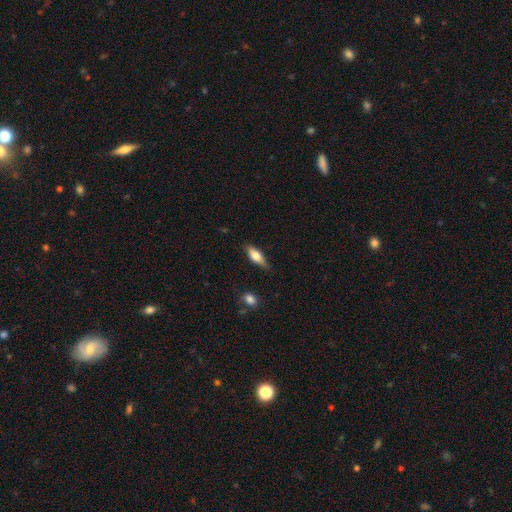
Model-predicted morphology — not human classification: A smooth galaxy with no disk features (64%) that is in between round and cigar-shaped (64%).

Vote fractions:
- Smooth or featured? smooth: 64% / featured or disk: 29% / star or artifact: 7%
- How rounded? in between: 64% / cigar-shaped: 33% / round: 3%
- Merging? none: 73% / minor disturbance: 20% / major disturbance: 4% / merger: 2%